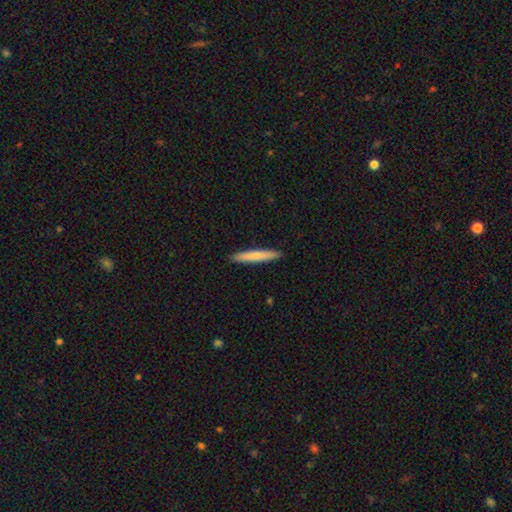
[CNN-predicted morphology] Smooth or featured?
  - smooth: 77% *
  - featured or disk: 18%
  - star or artifact: 5%
How rounded?
  - cigar-shaped: 95% *
  - in between: 4%
  - round: 1%
Merging?
  - none: 92% *
  - minor disturbance: 5%
  - major disturbance: 1%
  - merger: 1%